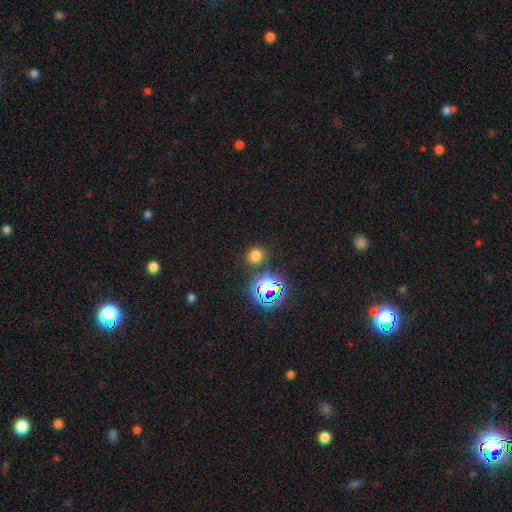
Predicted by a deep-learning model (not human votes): Smooth or featured?
  - smooth: 68% *
  - star or artifact: 26%
  - featured or disk: 6%
How rounded?
  - round: 87% *
  - in between: 12%
  - cigar-shaped: 1%
Merging?
  - none: 86% *
  - minor disturbance: 7%
  - merger: 4%
  - major disturbance: 3%